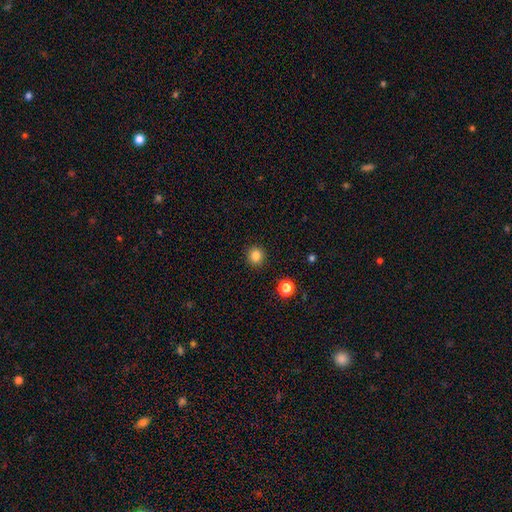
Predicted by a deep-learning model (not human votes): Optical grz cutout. It shows a smooth galaxy with no disk features (83%) that is round (91%). Merging: none (92%).